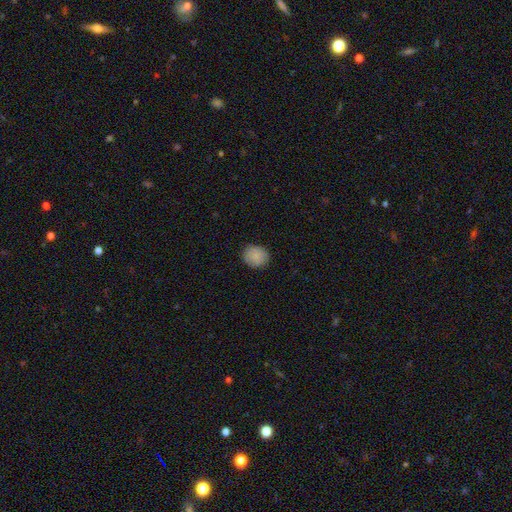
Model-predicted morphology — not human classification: A smooth galaxy with no disk features (87%) that is round (77%).

Vote fractions:
- Smooth or featured? smooth: 87% / star or artifact: 8% / featured or disk: 6%
- How rounded? round: 77% / in between: 22% / cigar-shaped: 1%
- Merging? none: 89% / minor disturbance: 8% / major disturbance: 2% / merger: 1%